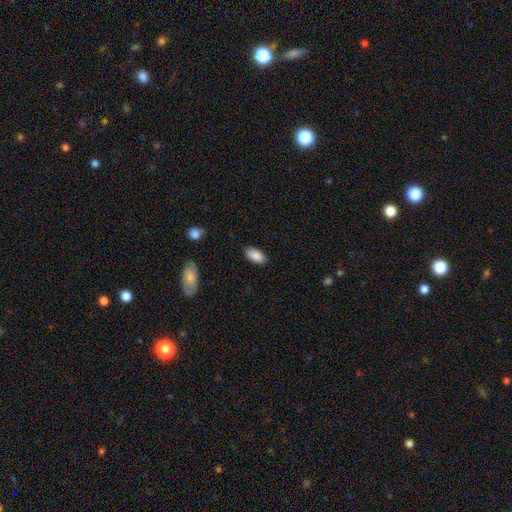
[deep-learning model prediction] A smooth galaxy with no disk features (89%) that is in between round and cigar-shaped (92%).

Vote fractions:
- Smooth or featured? smooth: 89% / star or artifact: 7% / featured or disk: 5%
- How rounded? in between: 92% / cigar-shaped: 6% / round: 2%
- Merging? none: 87% / minor disturbance: 9% / major disturbance: 2% / merger: 1%